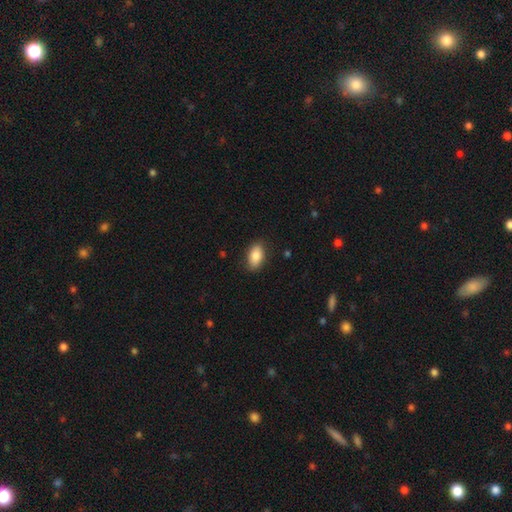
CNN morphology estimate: This appears to be a smooth galaxy with no disk features (85%) that is in between round and cigar-shaped (92%). Merging: none (85%).